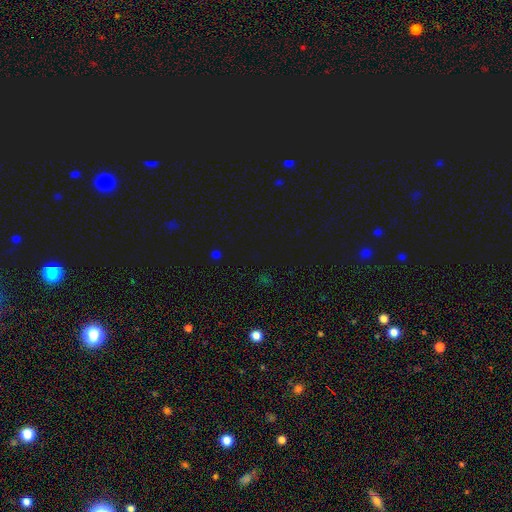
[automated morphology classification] This appears to be a star or artifact, not a galaxy (72%).